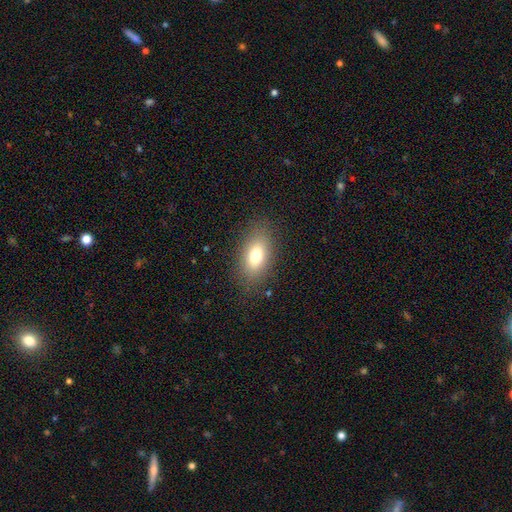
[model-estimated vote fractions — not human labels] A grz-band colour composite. It shows a smooth galaxy with no disk features (76%) that is in between round and cigar-shaped (87%). Merging: none (85%).